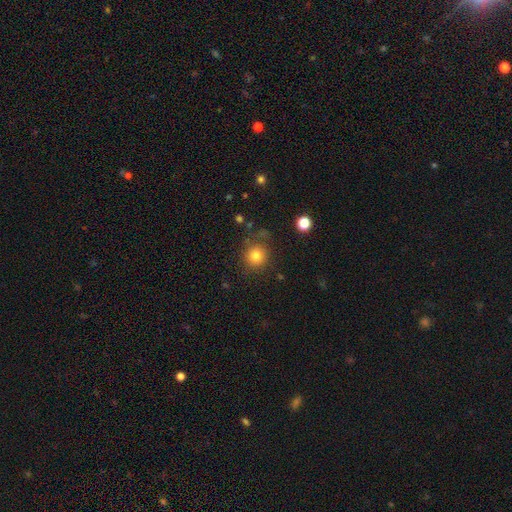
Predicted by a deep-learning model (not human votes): smooth_or_featured: smooth (p=0.81) [alt: star or artifact p=0.12]
how_rounded: round (p=0.90) [alt: in between p=0.09]
merging: none (p=0.79) [alt: minor disturbance p=0.12]